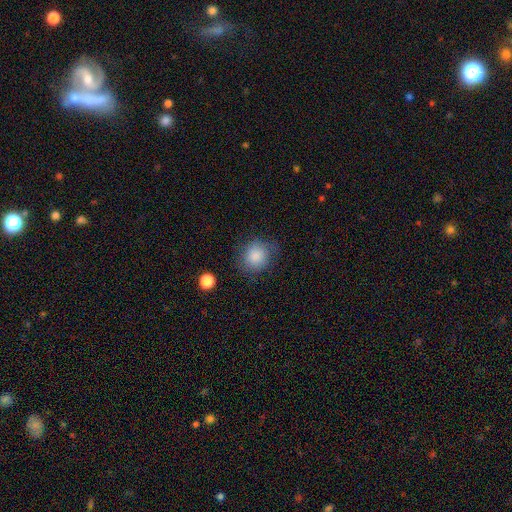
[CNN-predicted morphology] smooth_or_featured: smooth (p=0.84) [alt: star or artifact p=0.09]
how_rounded: round (p=0.80) [alt: in between p=0.19]
merging: none (p=0.71) [alt: minor disturbance p=0.20]